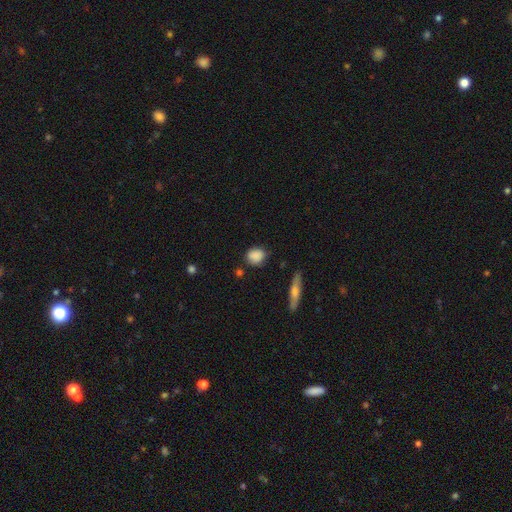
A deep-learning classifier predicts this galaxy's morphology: Smooth or featured: smooth — 86% (star or artifact — 8%)
How rounded: round — 55% (in between — 42%)
Merging: none — 76% (minor disturbance — 17%)